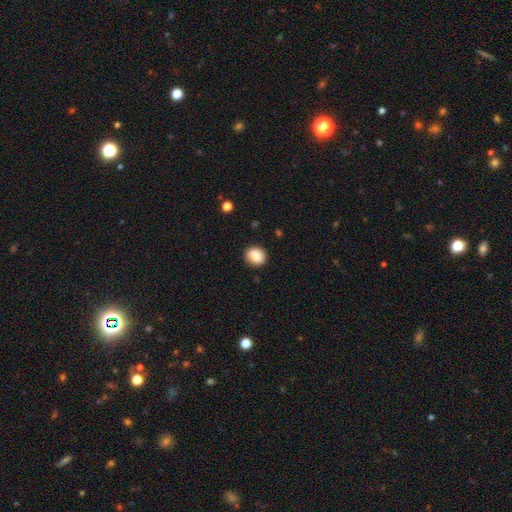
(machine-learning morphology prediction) smooth-or-featured: smooth: 83% | star or artifact: 8% | featured or disk: 8%
  how-rounded: round: 77% | in between: 22% | cigar-shaped: 1%
  merging: none: 88% | minor disturbance: 9% | major disturbance: 2% | merger: 1%